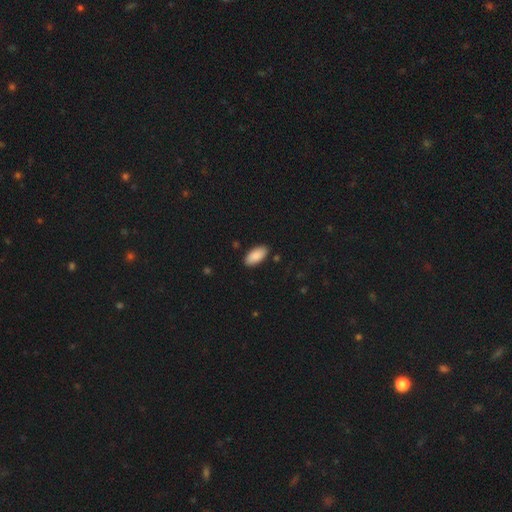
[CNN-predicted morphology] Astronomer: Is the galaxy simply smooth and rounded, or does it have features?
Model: smooth — 89%.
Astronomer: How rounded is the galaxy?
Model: in between — 93%.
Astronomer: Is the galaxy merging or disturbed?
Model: none — 88%.